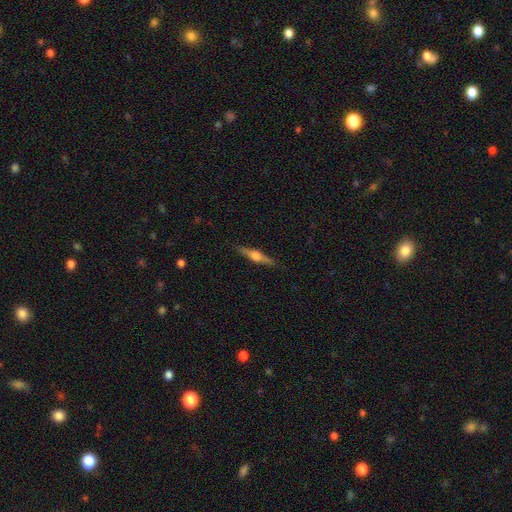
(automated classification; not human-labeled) Smooth or featured? Predicted: featured or disk (p=0.75). Edge-on disk? Predicted: yes (p=0.98). Edge-on bulge? Predicted: rounded (p=0.93). Merging? Predicted: none (p=0.90).